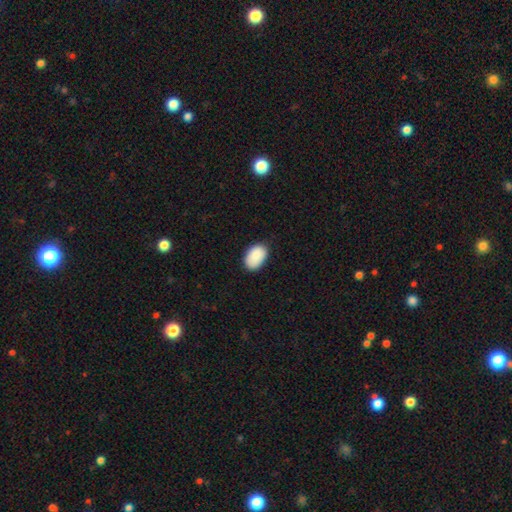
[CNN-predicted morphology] type=smooth (88%); roundness=in between (90%); merging=none (79%).